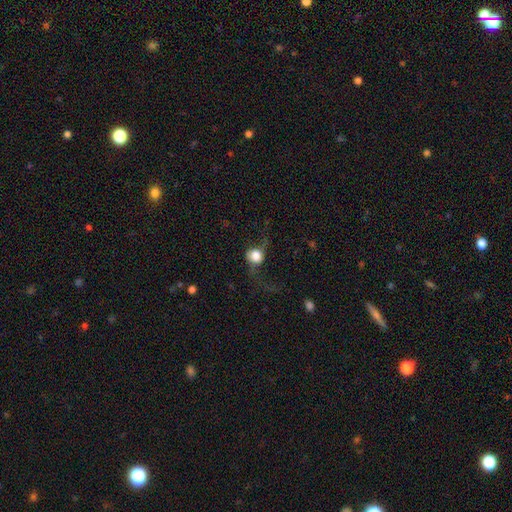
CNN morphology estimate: A smooth galaxy with no disk features (62%) that is round (78%). Merging: none (39%, tied with major disturbance).